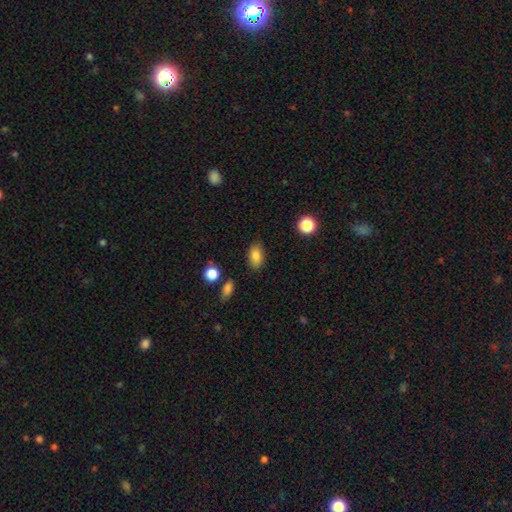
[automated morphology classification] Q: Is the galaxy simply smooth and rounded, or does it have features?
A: smooth — 83%.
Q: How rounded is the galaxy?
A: in between — 88%.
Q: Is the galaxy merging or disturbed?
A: none — 83%.